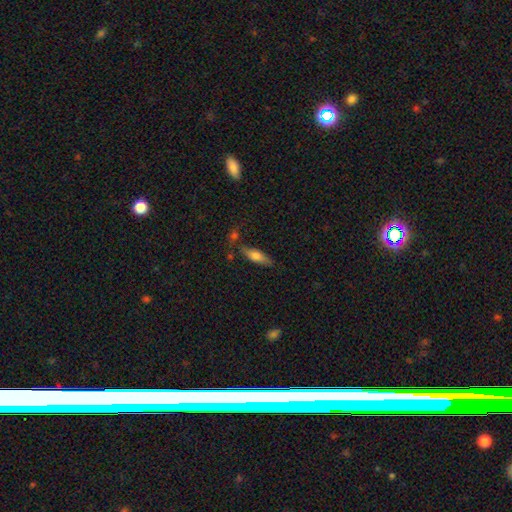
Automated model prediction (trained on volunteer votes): smooth-or-featured: smooth: 63% | featured or disk: 30% | star or artifact: 7%
  how-rounded: cigar-shaped: 52% | in between: 46% | round: 3%
  merging: none: 70% | minor disturbance: 17% | merger: 8% | major disturbance: 5%